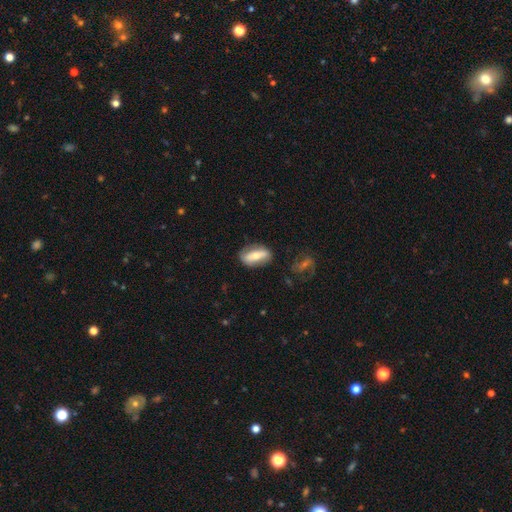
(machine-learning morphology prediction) smooth-or-featured: smooth: 49% | featured or disk: 44% | star or artifact: 7%
  merging: none: 75% | minor disturbance: 17% | major disturbance: 6% | merger: 2%